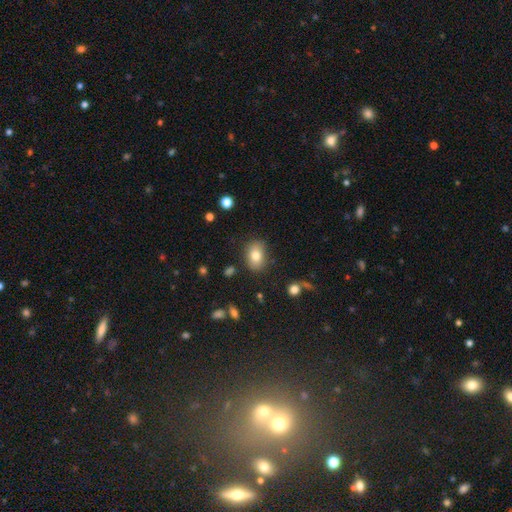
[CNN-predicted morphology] smooth 79%, featured or disk 11%, star or artifact 9%. Down the decision tree: how rounded — in between (76%); merging — none (82%).